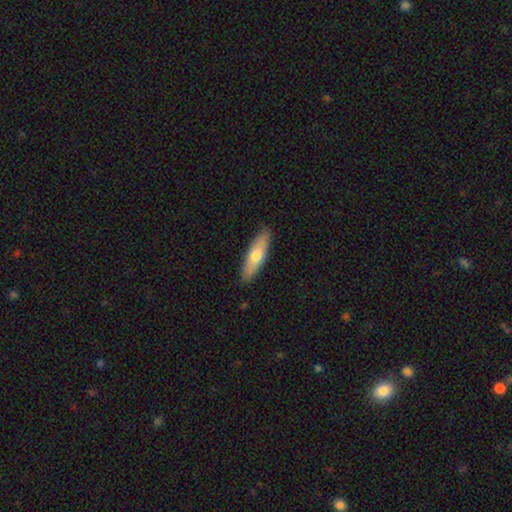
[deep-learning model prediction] Q: Smooth or featured?
A: smooth (65%); runner-up: featured or disk (29%)
Q: How rounded?
A: cigar-shaped (63%); runner-up: in between (35%)
Q: Merging?
A: none (89%); runner-up: minor disturbance (8%)